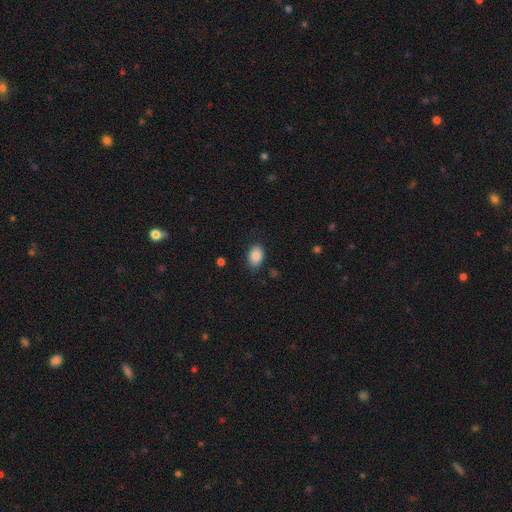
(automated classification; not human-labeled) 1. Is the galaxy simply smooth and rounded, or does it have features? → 88% smooth, 8% star or artifact, 4% featured or disk.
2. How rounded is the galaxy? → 85% in between, 14% round, 1% cigar-shaped.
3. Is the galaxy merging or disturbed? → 81% none, 15% minor disturbance, 3% major disturbance, 1% merger.